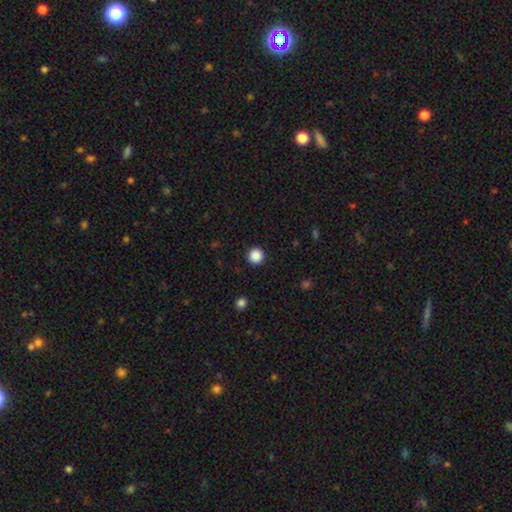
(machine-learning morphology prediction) Smooth or featured? smooth (88%)
How rounded? round (96%)
Merging? none (92%)